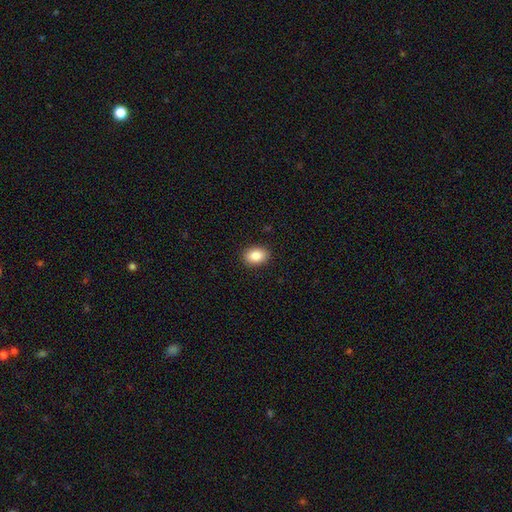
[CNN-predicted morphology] smooth-or-featured: smooth: 88% | star or artifact: 8% | featured or disk: 4%
  how-rounded: in between: 77% | round: 21% | cigar-shaped: 1%
  merging: none: 90% | minor disturbance: 7% | major disturbance: 2% | merger: 1%